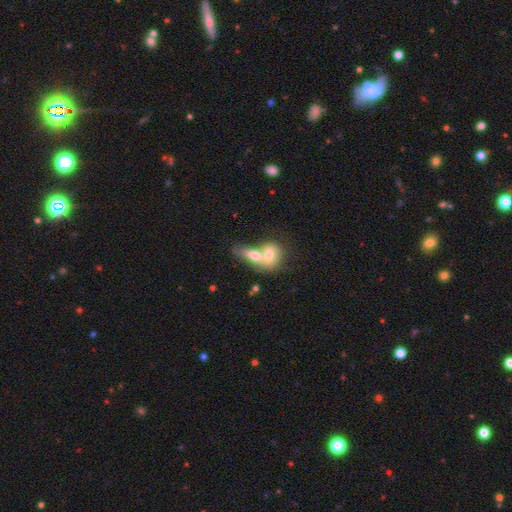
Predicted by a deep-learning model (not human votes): This is likely a smooth galaxy (62%). How rounded: likely in between (66%). Merging: likely merger (77%).